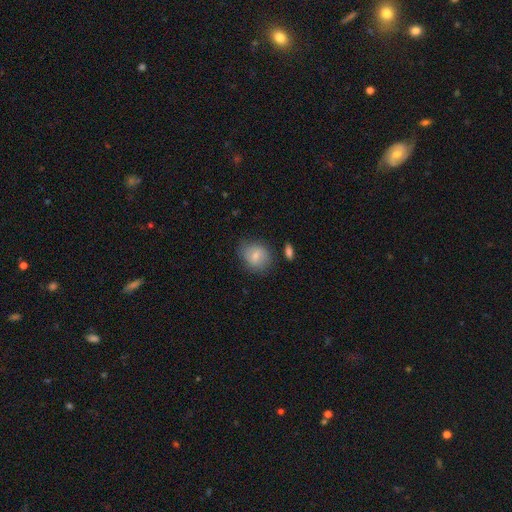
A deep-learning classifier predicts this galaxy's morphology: Smooth or featured?
  - smooth: 71% *
  - featured or disk: 21%
  - star or artifact: 7%
How rounded?
  - round: 59% *
  - in between: 40%
  - cigar-shaped: 1%
Merging?
  - none: 73% *
  - minor disturbance: 19%
  - major disturbance: 5%
  - merger: 3%